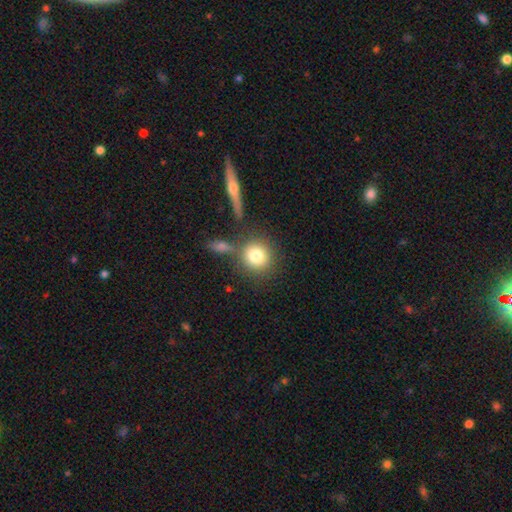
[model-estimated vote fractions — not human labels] This is likely a smooth galaxy (80%). How rounded: clearly round (88%). Merging: likely none (71%).